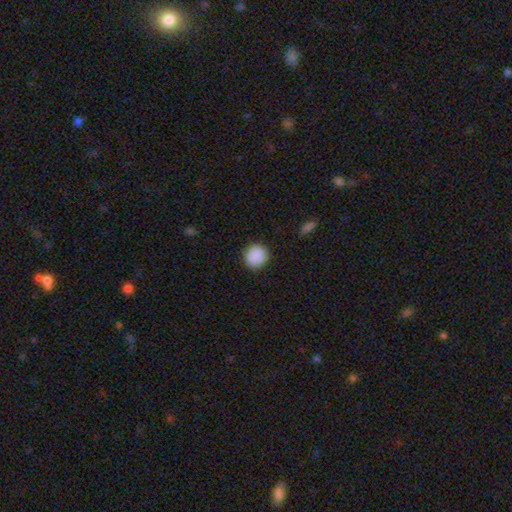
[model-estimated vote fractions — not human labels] Smooth or featured? smooth (90%)
How rounded? round (90%)
Merging? none (90%)